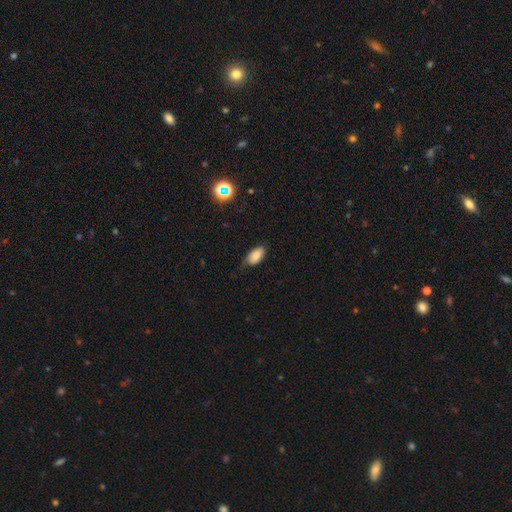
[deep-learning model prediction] A smooth galaxy with no disk features (83%) that is in between round and cigar-shaped (93%).

Vote fractions:
- Smooth or featured? smooth: 83% / star or artifact: 9% / featured or disk: 8%
- How rounded? in between: 93% / round: 4% / cigar-shaped: 3%
- Merging? none: 72% / minor disturbance: 23% / major disturbance: 4% / merger: 1%